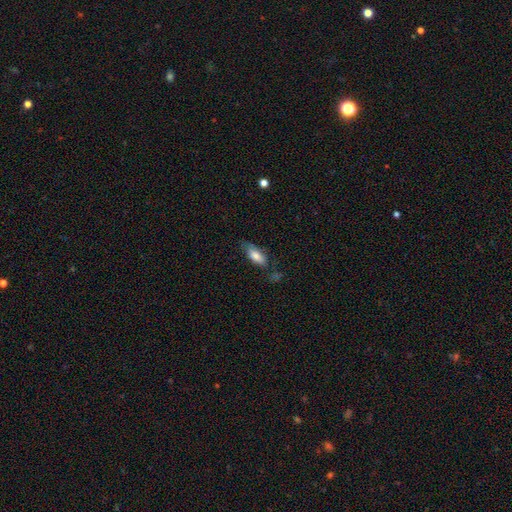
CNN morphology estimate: The model was most divided on "merging": none: 62%, minor disturbance: 27%, major disturbance: 7%, merger: 4%. More confident: how rounded — in between (80%); smooth or featured — smooth (78%).